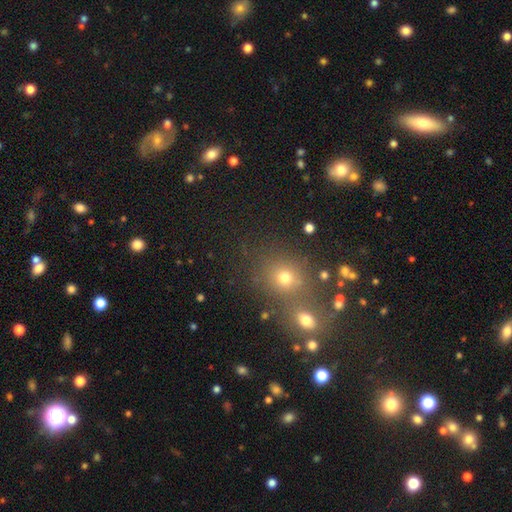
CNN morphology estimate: type=smooth (51%); roundness=round (81%); merging=none (76%).